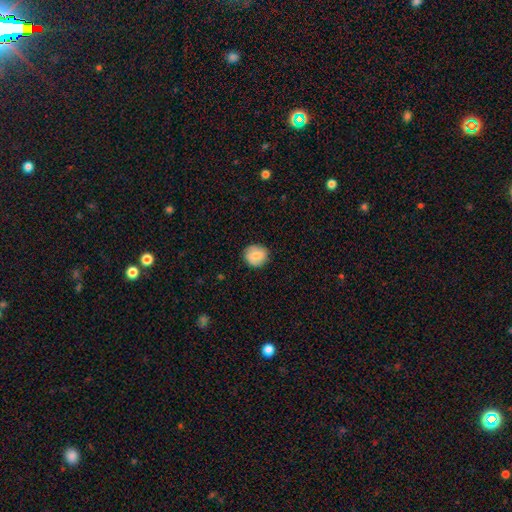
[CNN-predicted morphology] type=smooth (79%); roundness=round (89%); merging=none (86%).